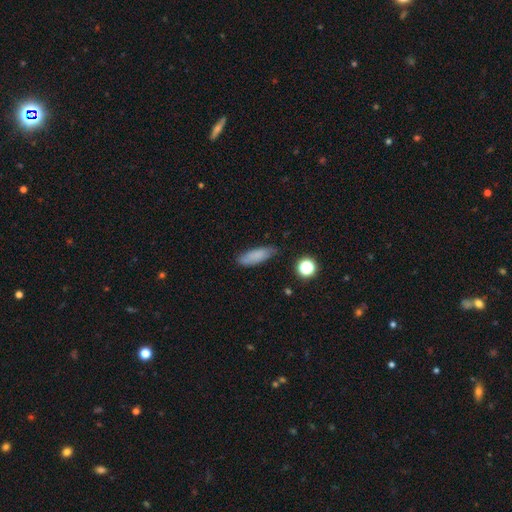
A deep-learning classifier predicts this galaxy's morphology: Smooth or featured: smooth — 79% (featured or disk — 12%)
How rounded: in between — 55% (cigar-shaped — 43%)
Merging: none — 71% (minor disturbance — 22%)